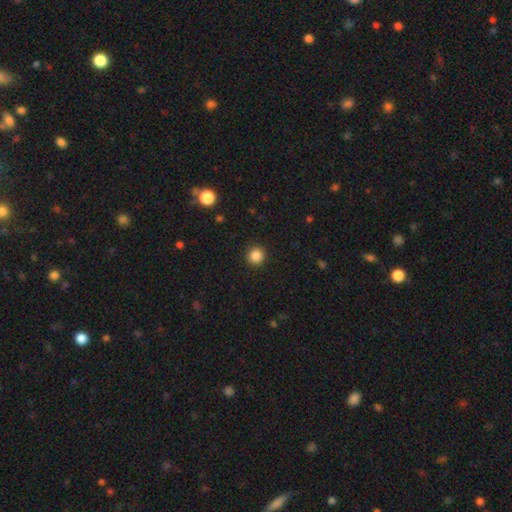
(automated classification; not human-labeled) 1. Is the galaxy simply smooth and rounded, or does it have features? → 85% smooth, 11% star or artifact, 4% featured or disk.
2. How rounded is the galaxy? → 95% round, 4% in between, 1% cigar-shaped.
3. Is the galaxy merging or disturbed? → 93% none, 4% minor disturbance, 2% major disturbance, 1% merger.